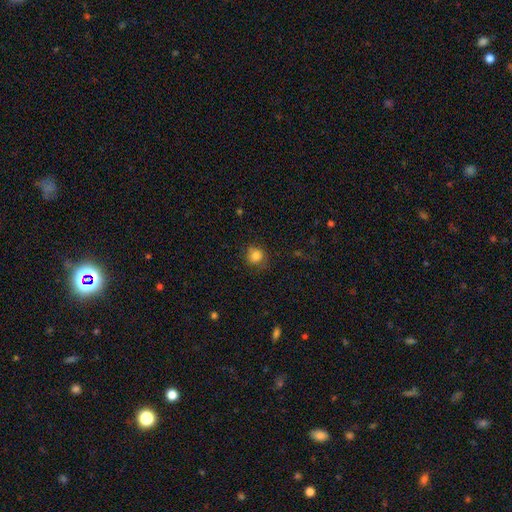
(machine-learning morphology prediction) This is clearly a smooth galaxy (83%). How rounded: clearly round (84%). Merging: likely none (76%).